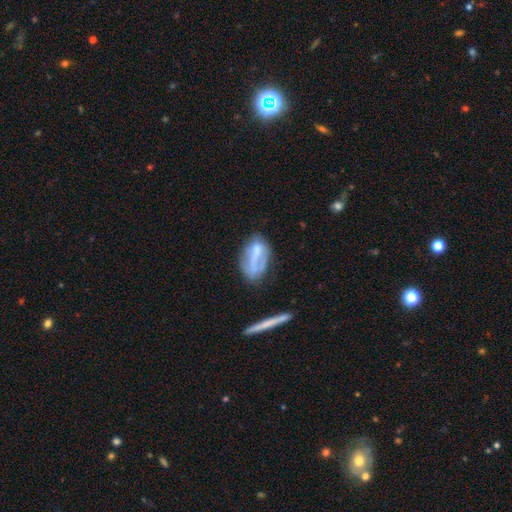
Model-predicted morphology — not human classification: A smooth galaxy with no disk features (51%) that is in between round and cigar-shaped (81%).

Vote fractions:
- Smooth or featured? smooth: 51% / featured or disk: 41% / star or artifact: 9%
- How rounded? in between: 81% / cigar-shaped: 13% / round: 6%
- Merging? none: 47% / minor disturbance: 28% / major disturbance: 19% / merger: 6%